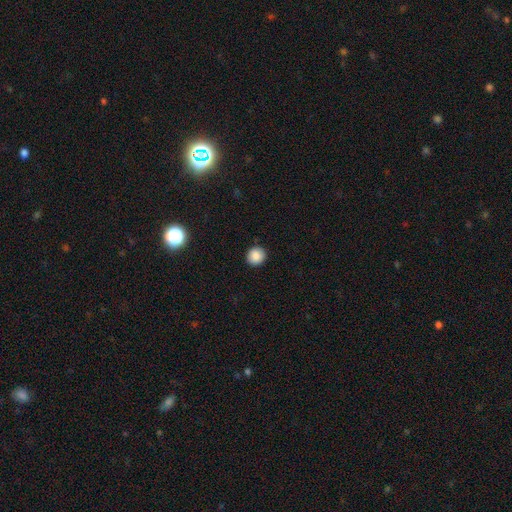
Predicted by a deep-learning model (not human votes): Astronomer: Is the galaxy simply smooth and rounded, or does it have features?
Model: smooth — 87%.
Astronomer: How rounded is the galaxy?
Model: round — 91%.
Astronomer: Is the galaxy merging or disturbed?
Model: none — 91%.